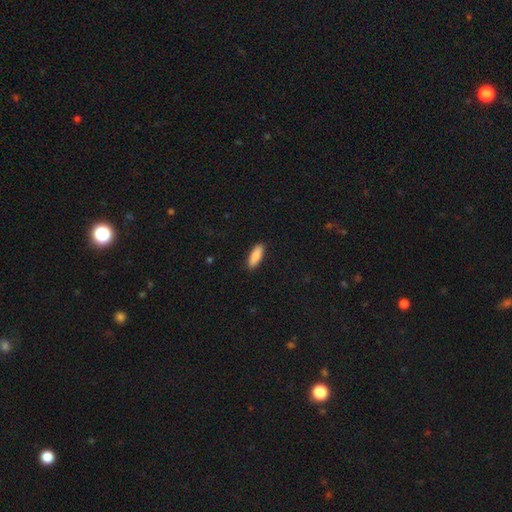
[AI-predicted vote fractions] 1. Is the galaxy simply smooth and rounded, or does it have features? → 88% smooth, 7% featured or disk, 6% star or artifact.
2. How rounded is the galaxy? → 65% in between, 33% cigar-shaped, 2% round.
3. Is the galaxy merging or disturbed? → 90% none, 8% minor disturbance, 2% major disturbance, 1% merger.